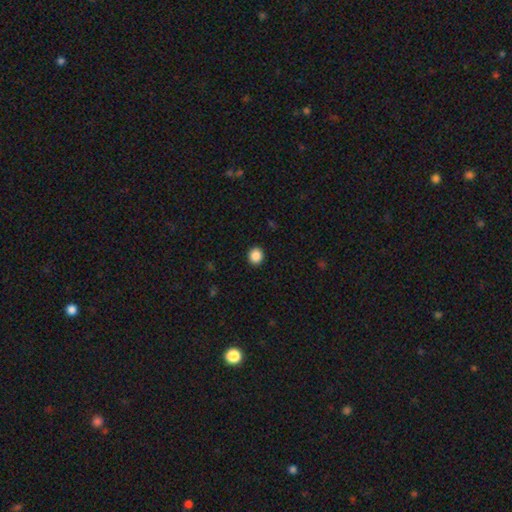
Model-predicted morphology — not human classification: A smooth galaxy with no disk features (88%) that is round (85%).

Vote fractions:
- Smooth or featured? smooth: 88% / star or artifact: 9% / featured or disk: 3%
- How rounded? round: 85% / in between: 14% / cigar-shaped: 1%
- Merging? none: 92% / minor disturbance: 5% / major disturbance: 2% / merger: 1%